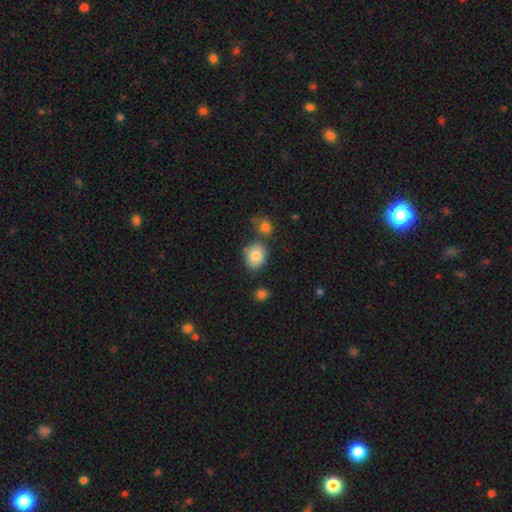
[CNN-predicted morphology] This is clearly a smooth galaxy (83%). How rounded: possibly in between (51%). Merging: likely none (66%).